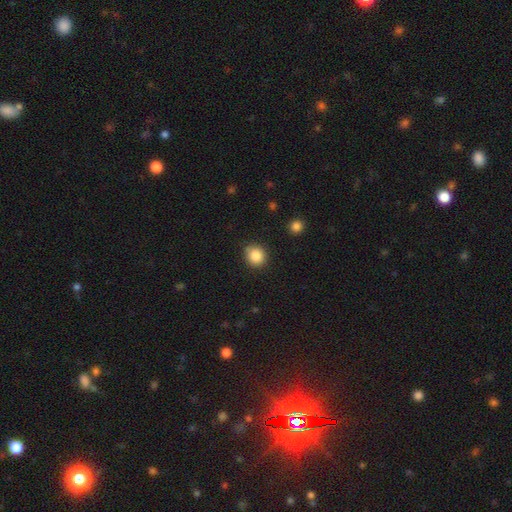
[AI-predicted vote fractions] Smooth or featured? Predicted: smooth (p=0.86). How rounded? Predicted: round (p=0.85). Merging? Predicted: none (p=0.83).